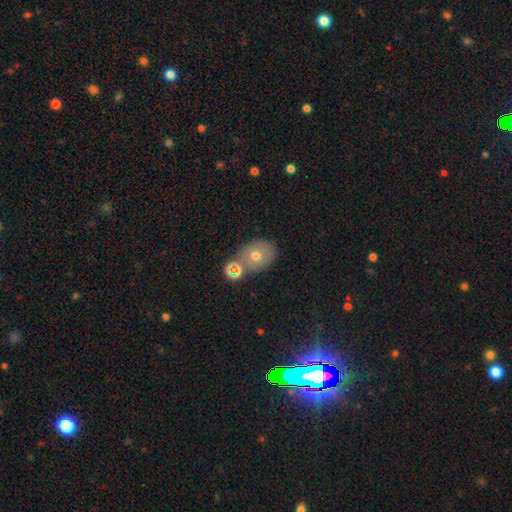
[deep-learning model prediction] Morphology: type=smooth (66%); roundness=in between (56%); merging=none (61%).